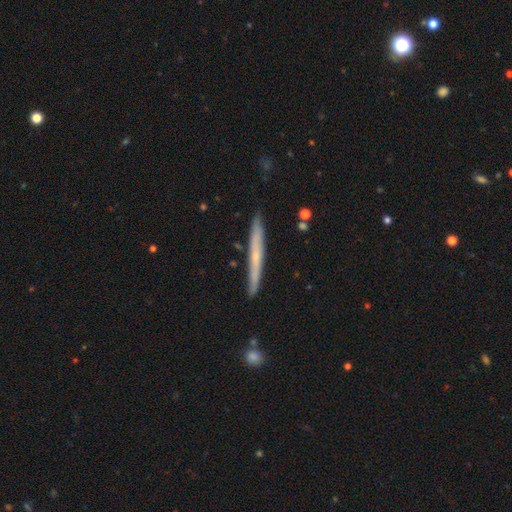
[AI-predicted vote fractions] Q: Smooth or featured?
A: featured or disk (52%); runner-up: smooth (42%)
Q: Edge-on disk?
A: yes (95%); runner-up: no (5%)
Q: Merging?
A: none (88%); runner-up: minor disturbance (9%)